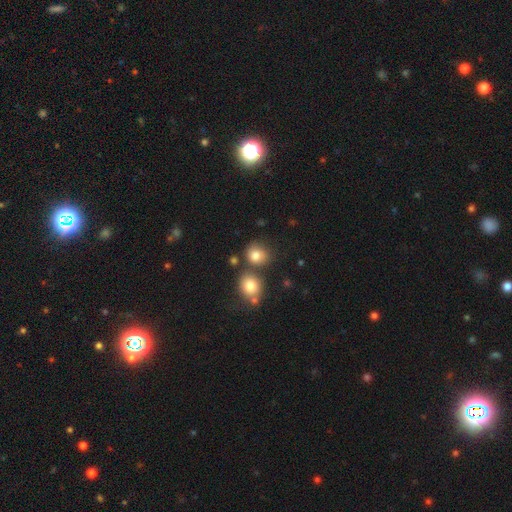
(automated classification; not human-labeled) This appears to be a smooth galaxy with no disk features (80%) that is round (75%). Merging: none (60%).